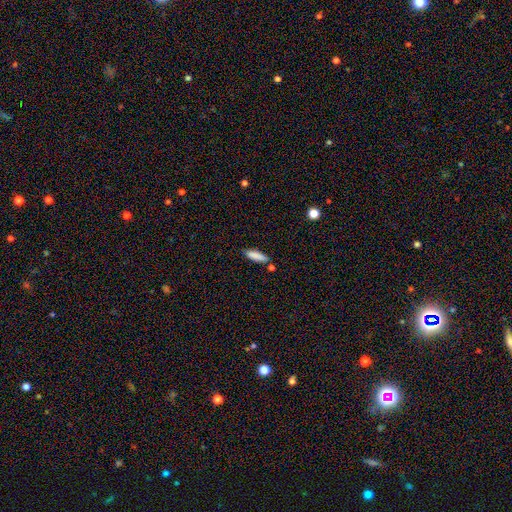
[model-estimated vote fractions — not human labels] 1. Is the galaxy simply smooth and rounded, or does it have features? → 85% smooth, 8% featured or disk, 7% star or artifact.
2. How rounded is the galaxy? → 68% cigar-shaped, 30% in between, 2% round.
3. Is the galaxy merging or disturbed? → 76% none, 13% minor disturbance, 8% merger, 3% major disturbance.